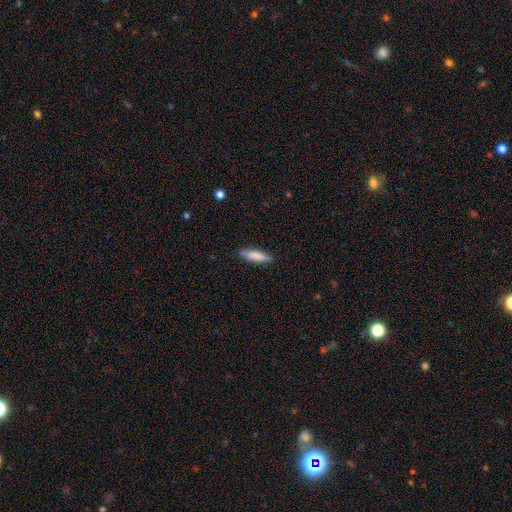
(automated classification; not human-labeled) Smooth or featured? Predicted: smooth (p=0.79). How rounded? Predicted: cigar-shaped (p=0.76). Merging? Predicted: none (p=0.86).